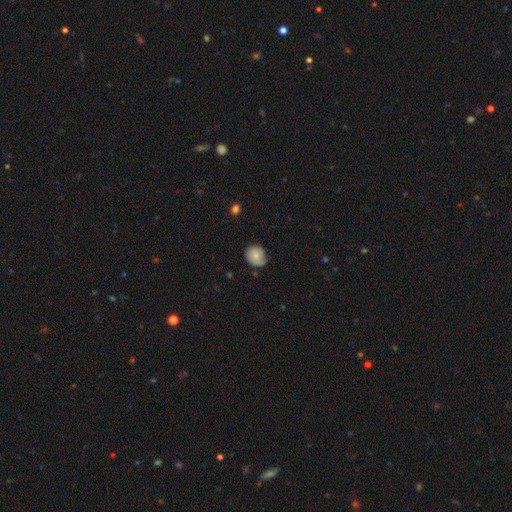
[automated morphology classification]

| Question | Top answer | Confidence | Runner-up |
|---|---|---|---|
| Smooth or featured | smooth | 74% | featured or disk (18%) |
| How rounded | round | 74% | in between (25%) |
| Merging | none | 62% | minor disturbance (30%) |